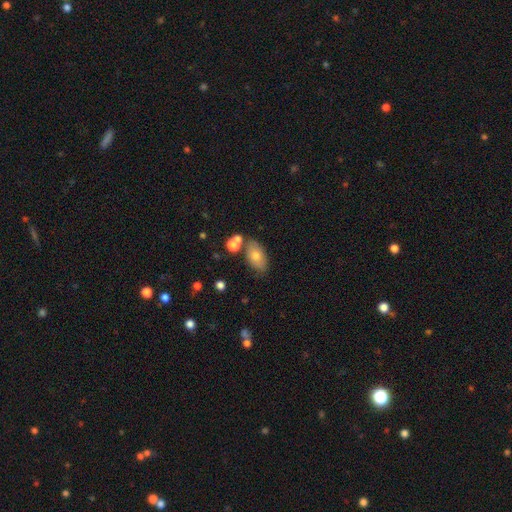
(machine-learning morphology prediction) Q: Smooth or featured?
A: smooth (71%); runner-up: featured or disk (20%)
Q: How rounded?
A: in between (90%); runner-up: round (7%)
Q: Merging?
A: none (69%); runner-up: minor disturbance (15%)